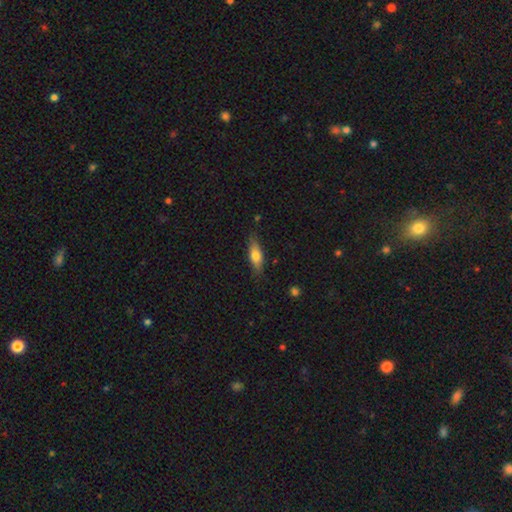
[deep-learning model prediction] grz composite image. It shows a smooth galaxy with no disk features (68%) that is in between round and cigar-shaped (58%). Merging: none (80%).